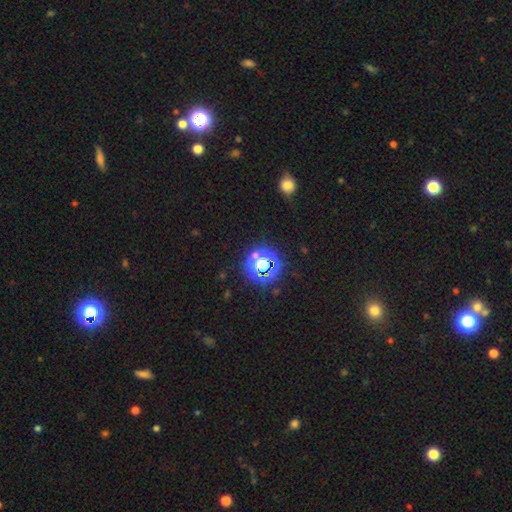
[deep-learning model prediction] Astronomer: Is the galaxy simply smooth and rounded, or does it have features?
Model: star or artifact — 72%.